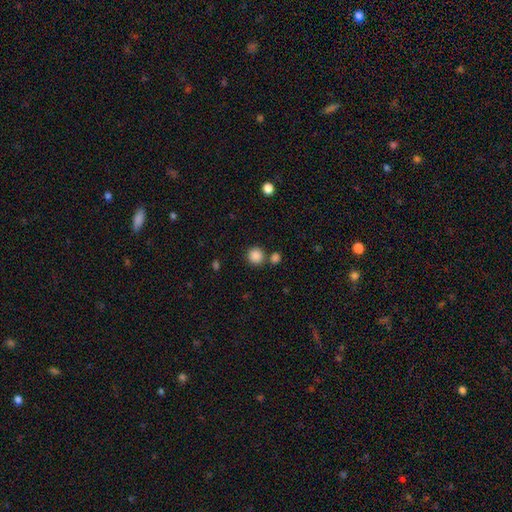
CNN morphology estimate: Smooth or featured?
  - smooth: 86% *
  - star or artifact: 10%
  - featured or disk: 4%
How rounded?
  - round: 93% *
  - in between: 6%
  - cigar-shaped: 1%
Merging?
  - none: 78% *
  - merger: 12%
  - minor disturbance: 7%
  - major disturbance: 3%